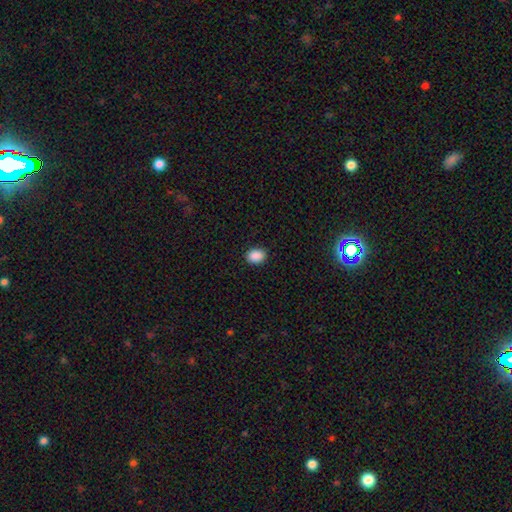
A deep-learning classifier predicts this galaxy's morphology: Smooth or featured: smooth — 90% (star or artifact — 8%)
How rounded: in between — 66% (round — 33%)
Merging: none — 89% (minor disturbance — 8%)